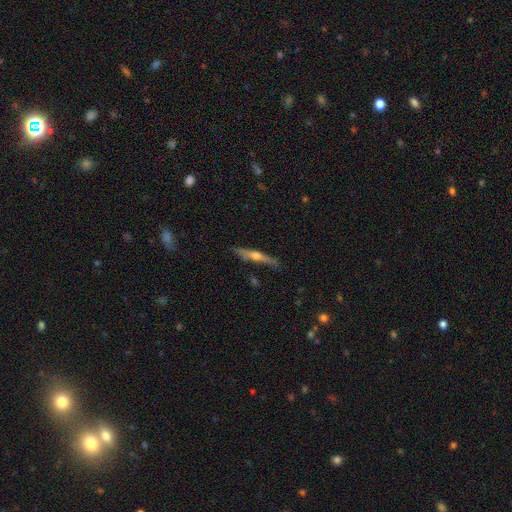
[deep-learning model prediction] Smooth or featured?
  - featured or disk: 66% *
  - smooth: 28%
  - star or artifact: 6%
Edge-on disk?
  - yes: 96% *
  - no: 4%
Edge-on bulge?
  - rounded: 88% *
  - none: 7%
  - boxy: 5%
Merging?
  - none: 84% *
  - minor disturbance: 12%
  - major disturbance: 2%
  - merger: 2%